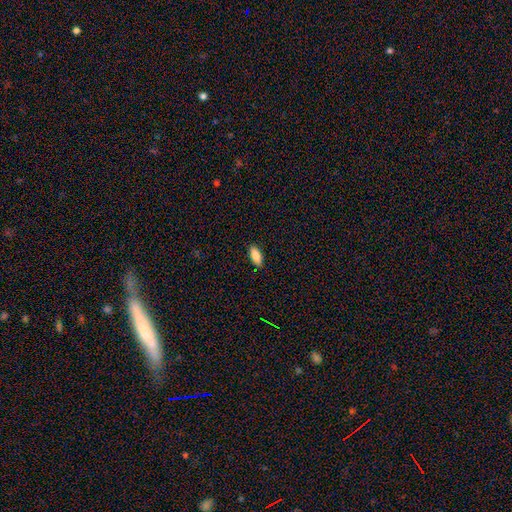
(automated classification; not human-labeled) smooth-or-featured: smooth: 85% | featured or disk: 9% | star or artifact: 7%
  how-rounded: in between: 84% | cigar-shaped: 14% | round: 2%
  merging: none: 89% | minor disturbance: 9% | major disturbance: 2% | merger: 1%